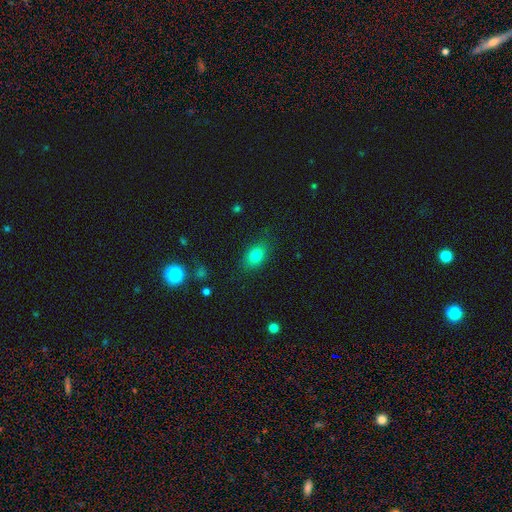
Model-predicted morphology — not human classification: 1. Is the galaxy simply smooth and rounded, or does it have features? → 80% smooth, 11% star or artifact, 9% featured or disk.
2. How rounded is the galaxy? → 76% in between, 22% round, 2% cigar-shaped.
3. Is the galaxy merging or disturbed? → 82% none, 13% minor disturbance, 4% major disturbance, 1% merger.